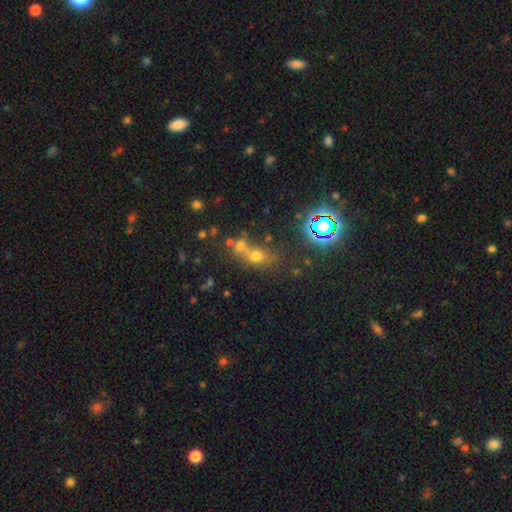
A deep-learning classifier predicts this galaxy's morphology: This appears to be a smooth galaxy with no disk features (49%). Merging: none (43%).